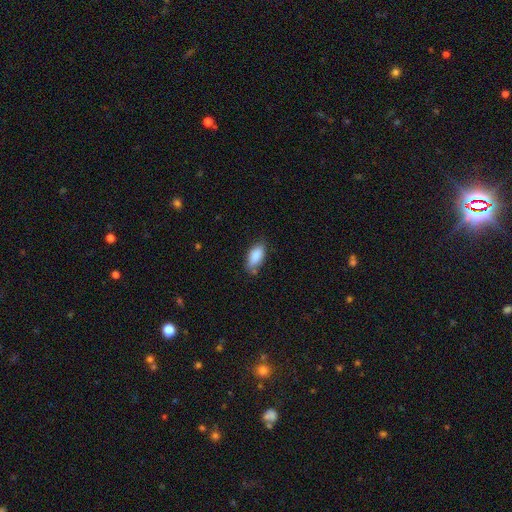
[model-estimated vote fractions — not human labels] Smooth or featured?
  - smooth: 87% *
  - star or artifact: 7%
  - featured or disk: 6%
How rounded?
  - in between: 89% *
  - cigar-shaped: 9%
  - round: 2%
Merging?
  - none: 72% *
  - minor disturbance: 21%
  - major disturbance: 4%
  - merger: 3%